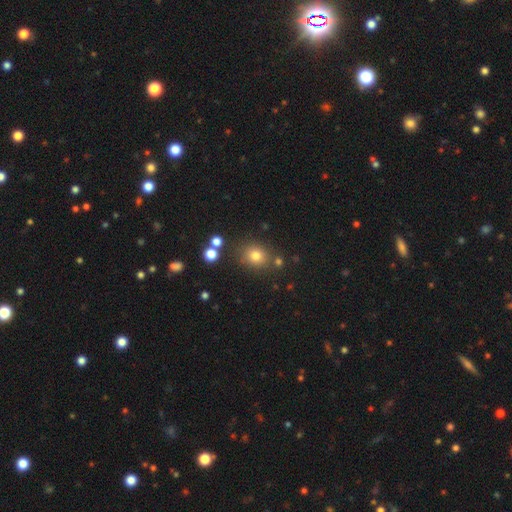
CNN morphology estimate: Smooth or featured: smooth — 77% (star or artifact — 15%)
How rounded: round — 70% (in between — 29%)
Merging: none — 79% (minor disturbance — 10%)